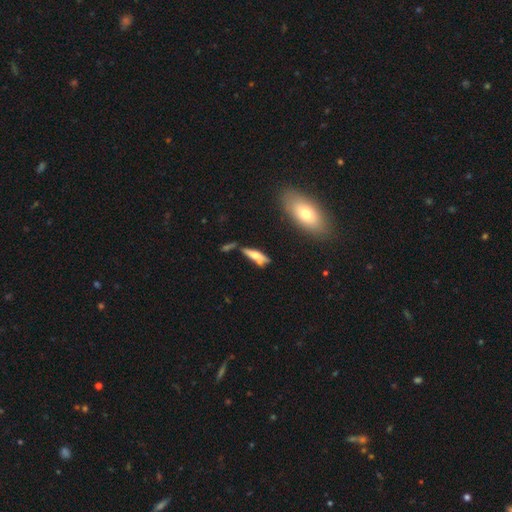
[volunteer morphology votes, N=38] This appears to be a featured or disk galaxy (53%) viewed edge-on (95%) with a rounded central bulge (89%). Merging: none (62%).